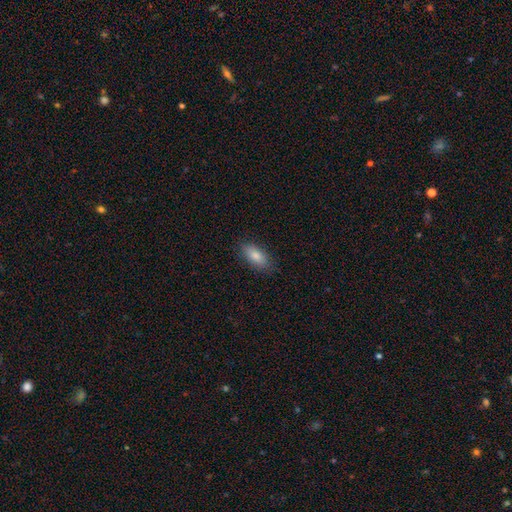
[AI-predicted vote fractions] smooth-or-featured: smooth: 83% | featured or disk: 10% | star or artifact: 7%
  how-rounded: in between: 88% | cigar-shaped: 9% | round: 3%
  merging: none: 84% | minor disturbance: 13% | major disturbance: 3% | merger: 1%